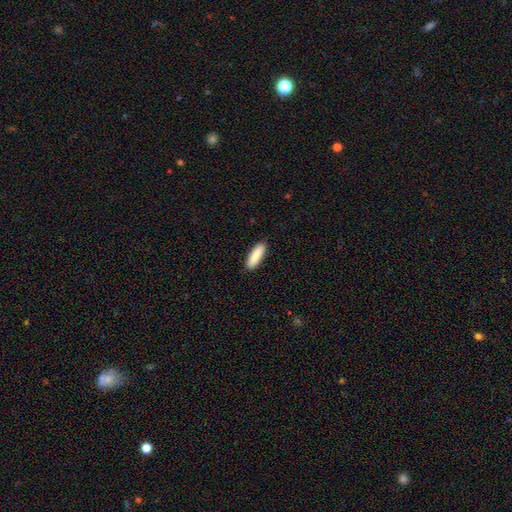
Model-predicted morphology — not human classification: smooth 89%, featured or disk 6%, star or artifact 5%. Down the decision tree: how rounded — cigar-shaped (50%); merging — none (90%).